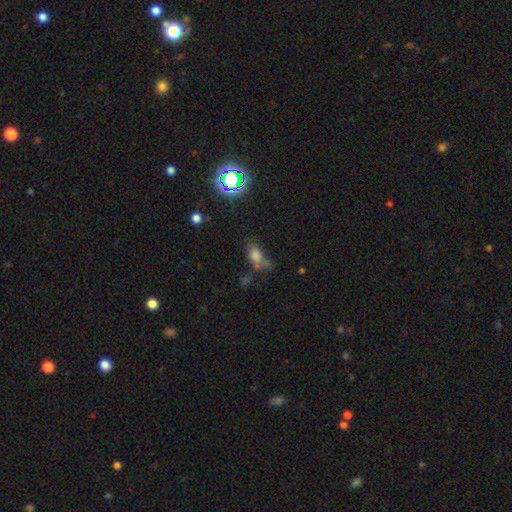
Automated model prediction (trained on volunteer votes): The model was most divided on "merging": none: 41%, minor disturbance: 26%, merger: 16%, major disturbance: 16%. More confident: how rounded — in between (79%); smooth or featured — smooth (66%).